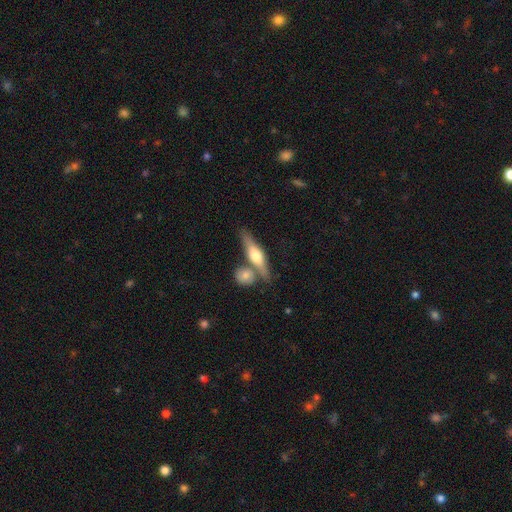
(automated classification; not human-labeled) This appears to be a featured or disk galaxy (54%) viewed edge-on (90%). Merging: none (62%).